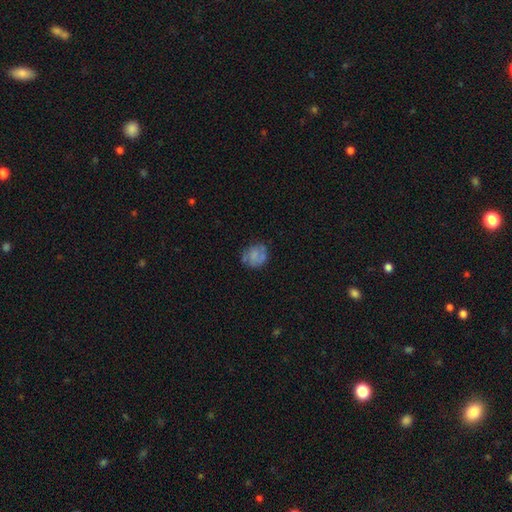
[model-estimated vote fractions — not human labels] smooth-or-featured: smooth: 52% | featured or disk: 38% | star or artifact: 10%
  how-rounded: round: 67% | in between: 32% | cigar-shaped: 1%
  merging: none: 60% | minor disturbance: 24% | major disturbance: 11% | merger: 4%